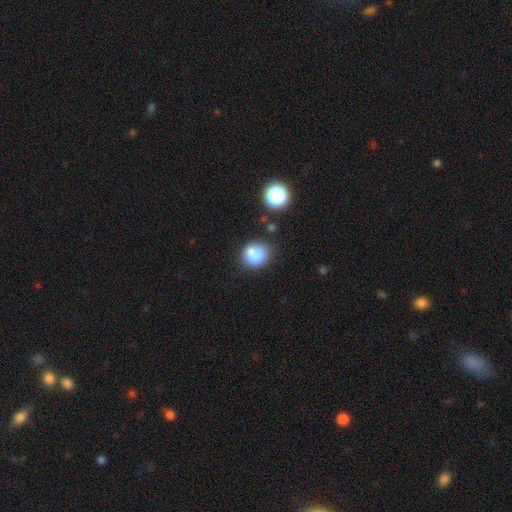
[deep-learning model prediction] Q: Smooth or featured?
A: smooth (80%); runner-up: star or artifact (11%)
Q: How rounded?
A: round (72%); runner-up: in between (27%)
Q: Merging?
A: none (63%); runner-up: minor disturbance (18%)